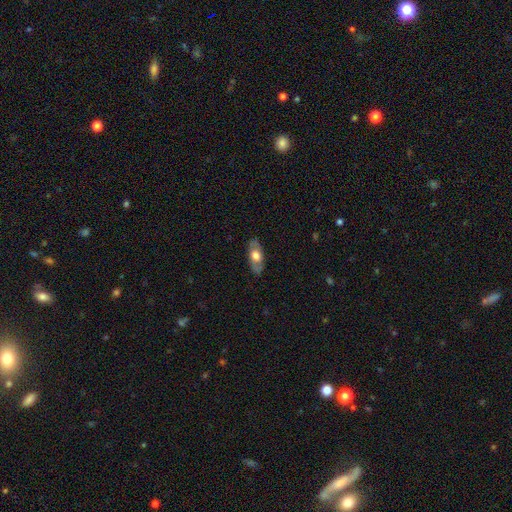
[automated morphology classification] type=smooth (52%); roundness=in between (84%); merging=none (84%).